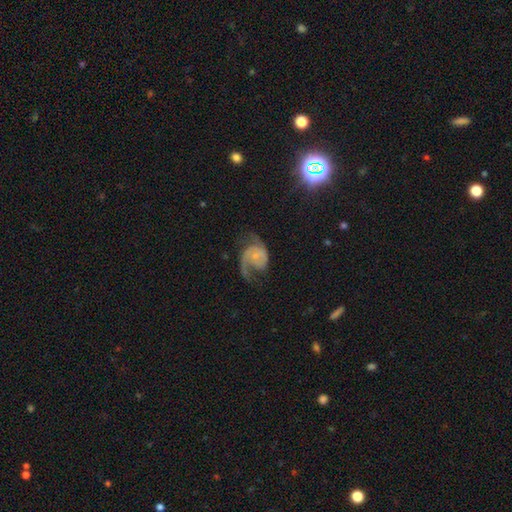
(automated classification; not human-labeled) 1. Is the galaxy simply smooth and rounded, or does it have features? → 80% featured or disk, 14% smooth, 7% star or artifact.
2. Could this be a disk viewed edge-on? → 98% no, 2% yes.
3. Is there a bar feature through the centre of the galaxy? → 68% no, 27% weak, 5% strong.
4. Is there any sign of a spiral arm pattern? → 94% yes, 6% no.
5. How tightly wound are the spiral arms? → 43% medium, 42% loose, 15% tight.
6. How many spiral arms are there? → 72% 2, 18% 1, 5% can't tell, 3% 3, 1% 4, 1% more than 4.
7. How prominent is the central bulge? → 57% small, 23% none, 15% moderate, 3% large, 2% dominant.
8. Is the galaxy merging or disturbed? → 47% none, 30% major disturbance, 21% minor disturbance, 3% merger.